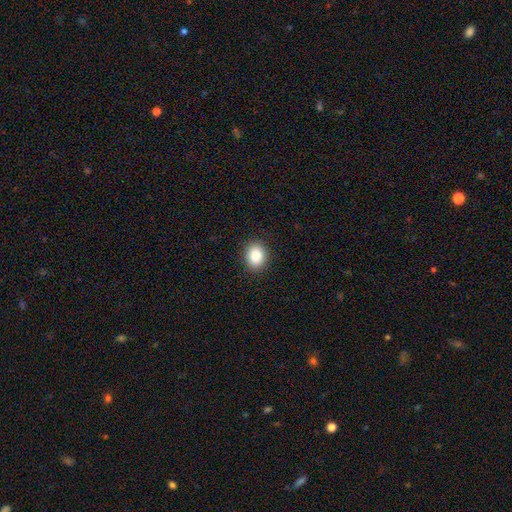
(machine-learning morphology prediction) Q: Smooth or featured?
A: smooth (84%); runner-up: star or artifact (9%)
Q: How rounded?
A: round (55%); runner-up: in between (44%)
Q: Merging?
A: none (90%); runner-up: minor disturbance (7%)